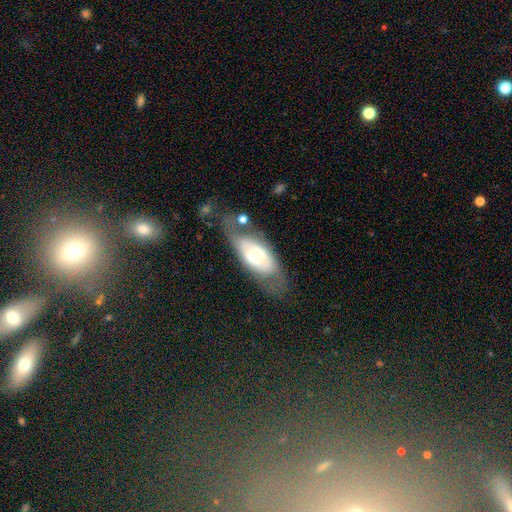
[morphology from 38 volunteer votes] A smooth galaxy with no disk features (50%) that is in between round and cigar-shaped (79%). Merging: none (58%).